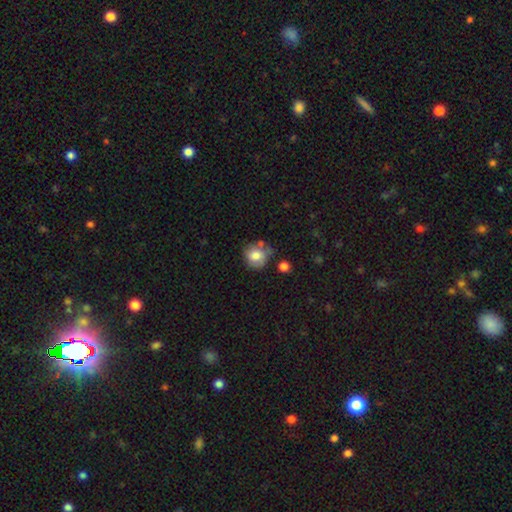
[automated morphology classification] The model was most divided on "merging": none: 56%, minor disturbance: 25%, merger: 11%, major disturbance: 8%. More confident: how rounded — round (80%); smooth or featured — smooth (74%).